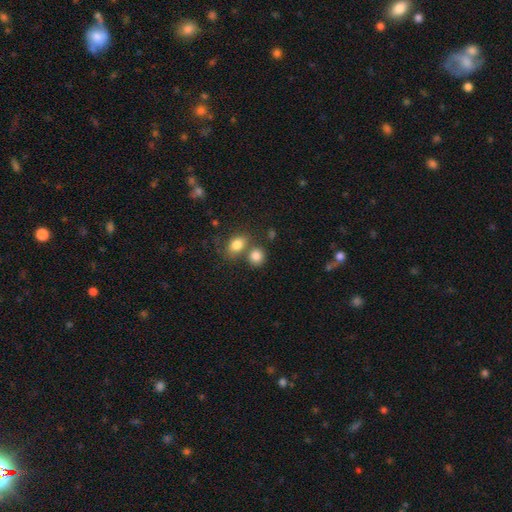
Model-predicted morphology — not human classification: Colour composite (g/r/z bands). It shows a smooth galaxy with no disk features (82%) that is round (65%). Merging: none (54%).